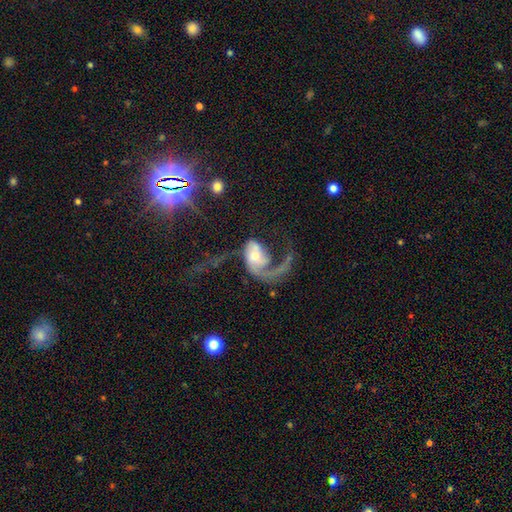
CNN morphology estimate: This is clearly a featured or disk galaxy (81%). It is clearly not viewed edge-on (97%). Bar: likely no (63%). Spiral arm pattern: clearly yes (91%). Spiral arm count: possibly 1 (55%). Spiral winding: likely loose (71%). Central bulge: possibly moderate (50%). Merging: possibly major disturbance (53%).